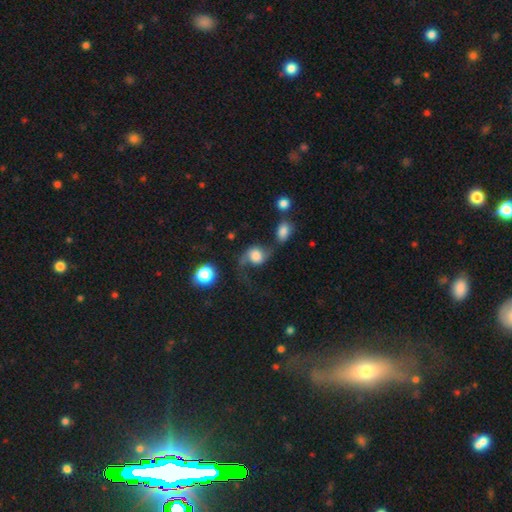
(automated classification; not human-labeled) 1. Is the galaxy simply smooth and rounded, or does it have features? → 53% featured or disk, 37% smooth, 10% star or artifact.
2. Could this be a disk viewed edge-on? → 96% no, 4% yes.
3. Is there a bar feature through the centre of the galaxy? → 68% no, 26% weak, 6% strong.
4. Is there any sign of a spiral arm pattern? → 88% yes, 12% no.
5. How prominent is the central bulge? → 42% large, 24% dominant, 18% moderate, 9% none, 8% small.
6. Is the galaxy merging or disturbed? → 41% none, 27% major disturbance, 19% minor disturbance, 13% merger.